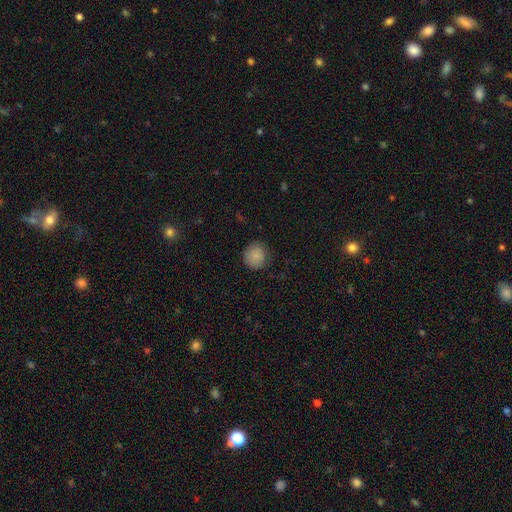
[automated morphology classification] This appears to be a smooth galaxy with no disk features (87%) that is round (91%). Merging: none (83%).